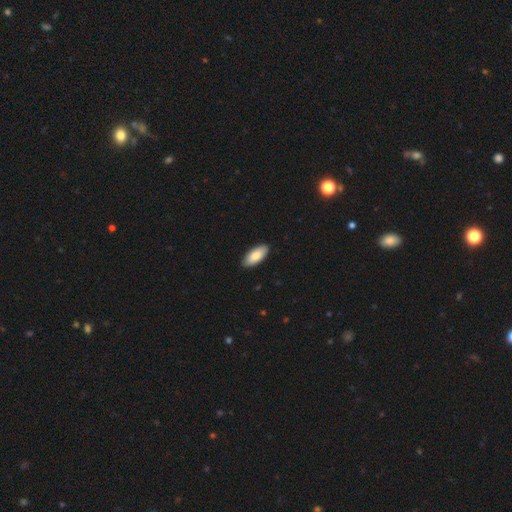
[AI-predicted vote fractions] Overall: smooth (83%). How rounded: in between (89%). Merging: none (90%).